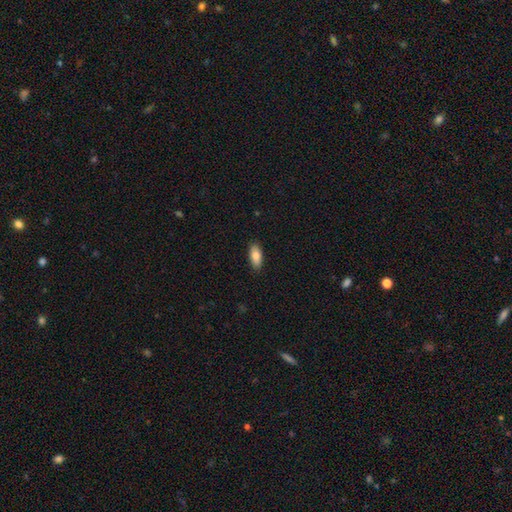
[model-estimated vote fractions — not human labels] Smooth or featured? Predicted: smooth (p=0.82). How rounded? Predicted: in between (p=0.86). Merging? Predicted: none (p=0.88).